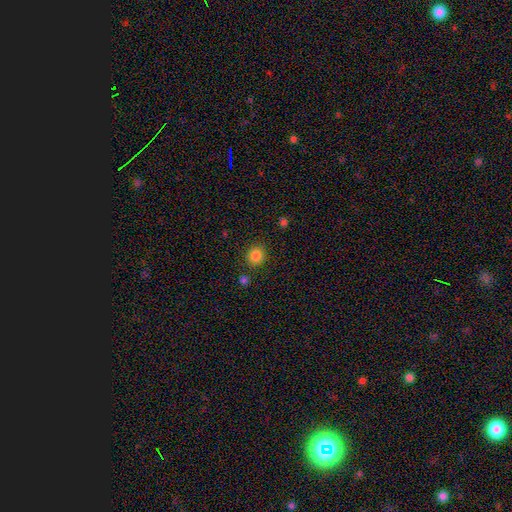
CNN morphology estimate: This is clearly a smooth galaxy (85%). How rounded: clearly round (84%). Merging: clearly none (85%).